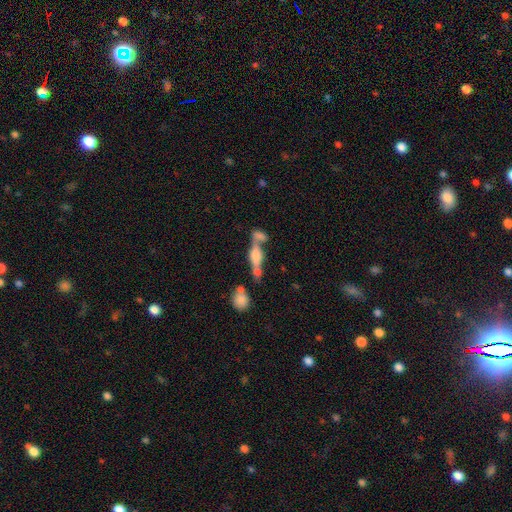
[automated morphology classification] The model was most divided on "smooth or featured": featured or disk: 46%, smooth: 43%, star or artifact: 11%. Remaining: merging — merger (46%).